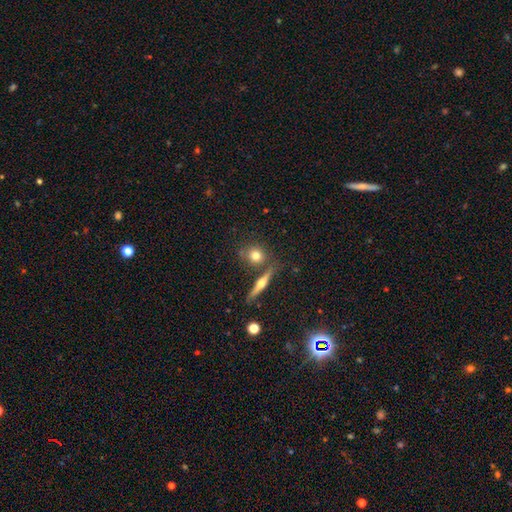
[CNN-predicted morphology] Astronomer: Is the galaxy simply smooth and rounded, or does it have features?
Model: smooth — 69%.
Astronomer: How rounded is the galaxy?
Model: round — 79%.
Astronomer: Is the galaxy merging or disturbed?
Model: none — 72%.